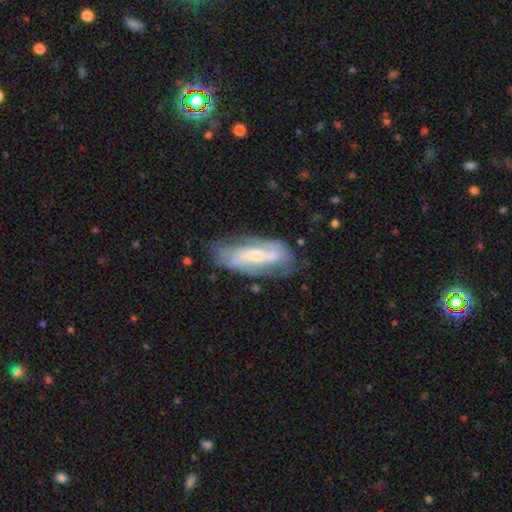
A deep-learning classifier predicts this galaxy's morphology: featured or disk 73%, smooth 20%, star or artifact 6%. Down the decision tree: edge-on disk — no (88%); bar — no (50%); spiral arms — yes (82%); spiral arm count — 2 (54%); spiral winding — tight (42%); bulge size — small (60%); merging — none (66%).